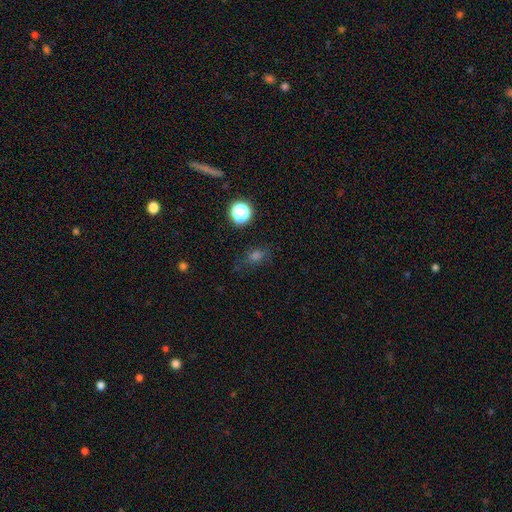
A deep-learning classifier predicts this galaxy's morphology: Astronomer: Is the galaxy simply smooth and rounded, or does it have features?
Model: smooth — 59%.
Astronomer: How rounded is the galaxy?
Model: in between — 51% (runner-up: round, 45%).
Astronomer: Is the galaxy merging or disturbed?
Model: none — 71%.